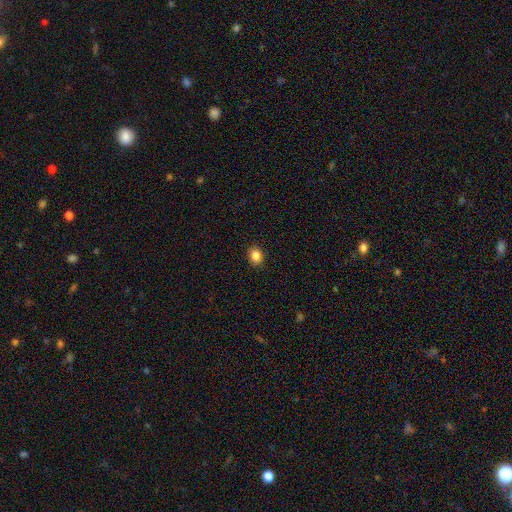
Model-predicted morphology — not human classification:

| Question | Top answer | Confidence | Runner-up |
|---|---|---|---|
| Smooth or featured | smooth | 86% | star or artifact (10%) |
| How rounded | round | 56% | in between (44%) |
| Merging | none | 91% | minor disturbance (6%) |